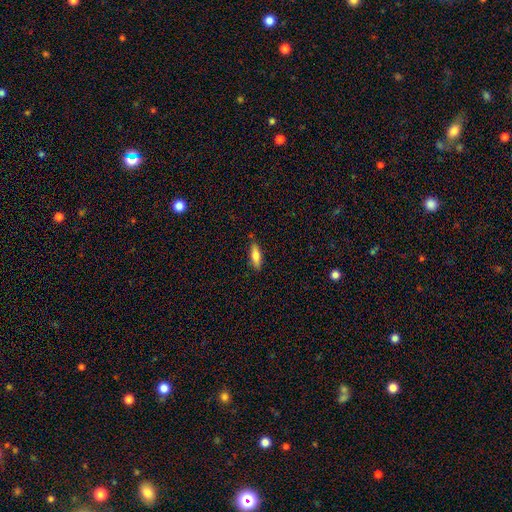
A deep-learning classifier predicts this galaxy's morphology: smooth 74%, featured or disk 20%, star or artifact 6%. Down the decision tree: how rounded — in between (50%); merging — none (85%).